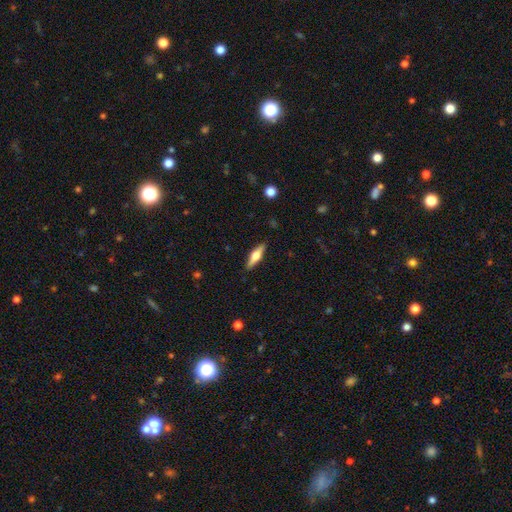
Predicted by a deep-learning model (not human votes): A featured or disk galaxy (48%). Merging: none (89%).